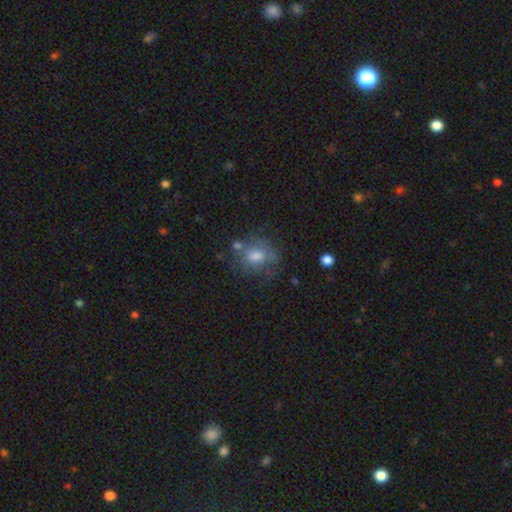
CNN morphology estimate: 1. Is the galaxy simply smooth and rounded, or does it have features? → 61% smooth, 27% featured or disk, 12% star or artifact.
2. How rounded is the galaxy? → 59% round, 40% in between, 1% cigar-shaped.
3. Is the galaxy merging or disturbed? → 54% none, 23% minor disturbance, 13% major disturbance, 9% merger.